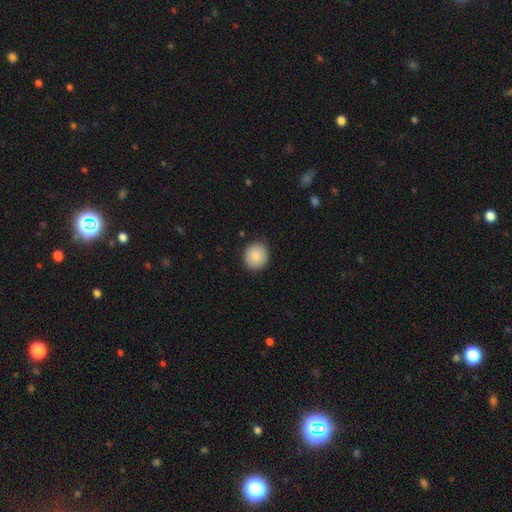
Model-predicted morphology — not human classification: smooth_or_featured: smooth (p=0.85) [alt: star or artifact p=0.08]
how_rounded: round (p=0.85) [alt: in between p=0.14]
merging: none (p=0.90) [alt: minor disturbance p=0.07]